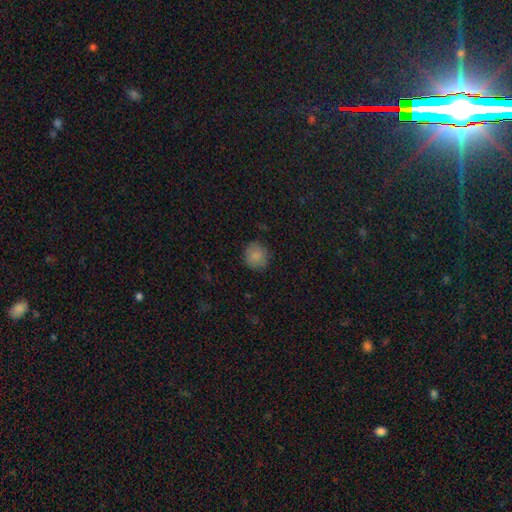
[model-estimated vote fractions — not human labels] Overall: smooth (86%). How rounded: round (89%). Merging: none (86%).